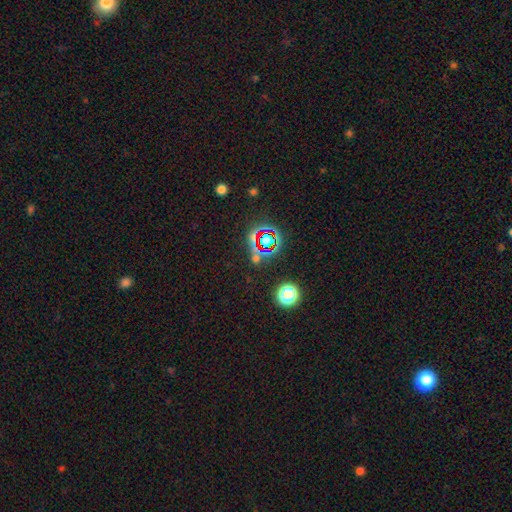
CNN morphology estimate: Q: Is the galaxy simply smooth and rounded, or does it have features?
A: star or artifact — 75%.